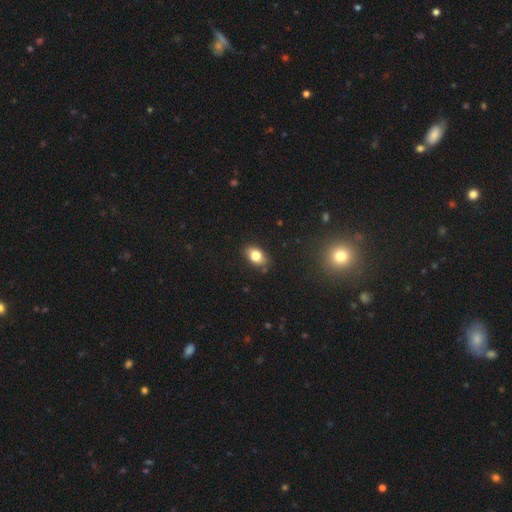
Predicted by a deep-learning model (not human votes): smooth-or-featured: smooth: 81% | featured or disk: 10% | star or artifact: 9%
  how-rounded: in between: 84% | round: 13% | cigar-shaped: 2%
  merging: none: 83% | minor disturbance: 13% | major disturbance: 3% | merger: 2%